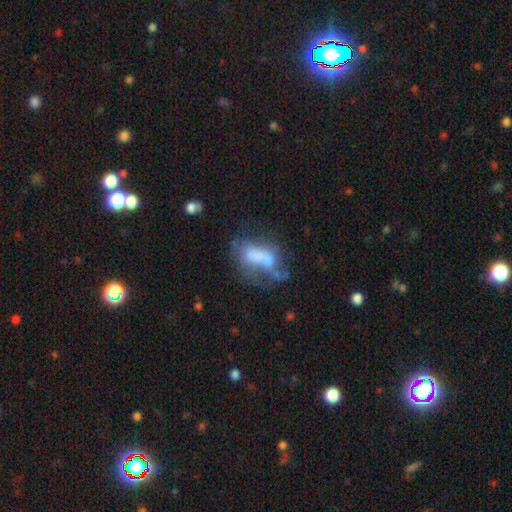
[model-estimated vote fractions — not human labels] smooth 47%, featured or disk 40%, star or artifact 13%. Down the decision tree: merging — major disturbance (30%).